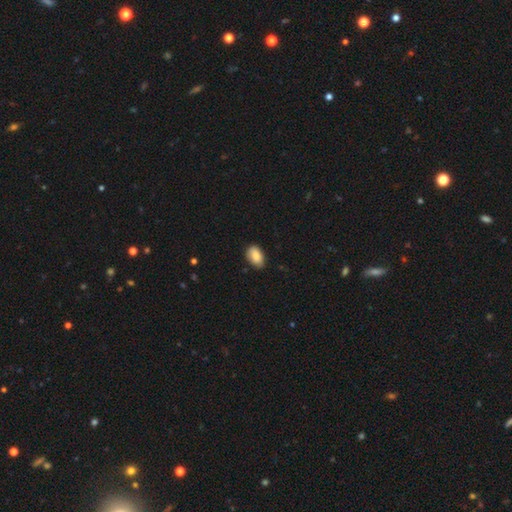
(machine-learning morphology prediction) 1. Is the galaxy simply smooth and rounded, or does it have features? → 87% smooth, 7% star or artifact, 6% featured or disk.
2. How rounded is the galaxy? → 92% in between, 7% round, 1% cigar-shaped.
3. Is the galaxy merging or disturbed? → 78% none, 18% minor disturbance, 2% major disturbance, 1% merger.